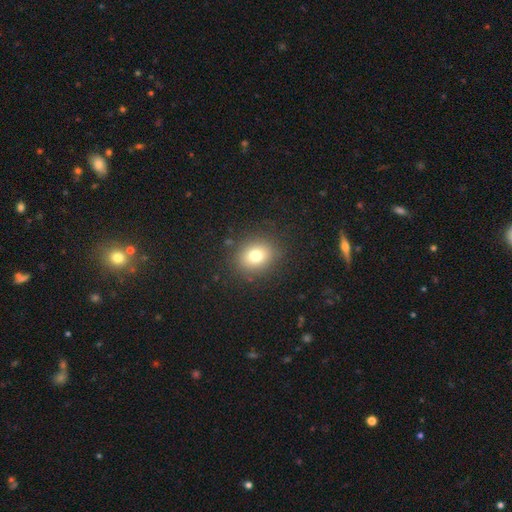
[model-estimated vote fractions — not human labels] smooth-or-featured: smooth: 77% | star or artifact: 13% | featured or disk: 10%
  how-rounded: round: 63% | in between: 36% | cigar-shaped: 1%
  merging: none: 87% | minor disturbance: 8% | major disturbance: 4% | merger: 1%